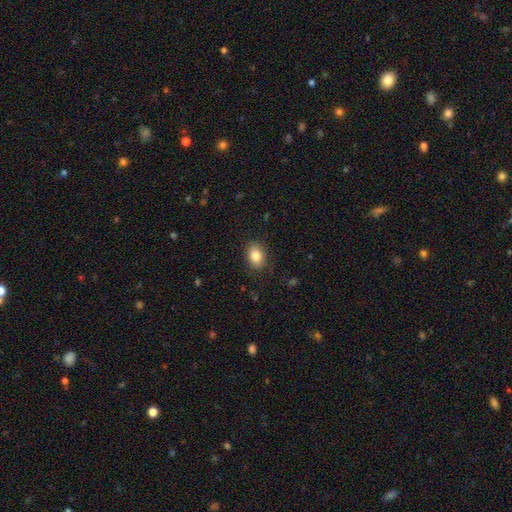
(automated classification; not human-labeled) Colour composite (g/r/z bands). It shows a smooth galaxy with no disk features (84%) that is in between round and cigar-shaped (74%). Merging: none (85%).